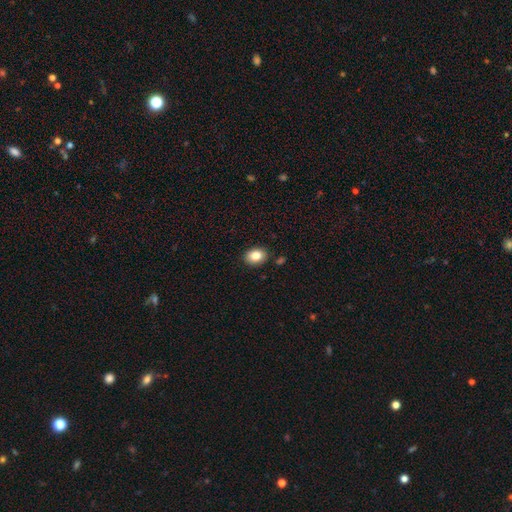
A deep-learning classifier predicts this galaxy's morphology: The model was most divided on "how rounded": in between: 68%, round: 31%, cigar-shaped: 1%. More confident: merging — none (87%); smooth or featured — smooth (85%).